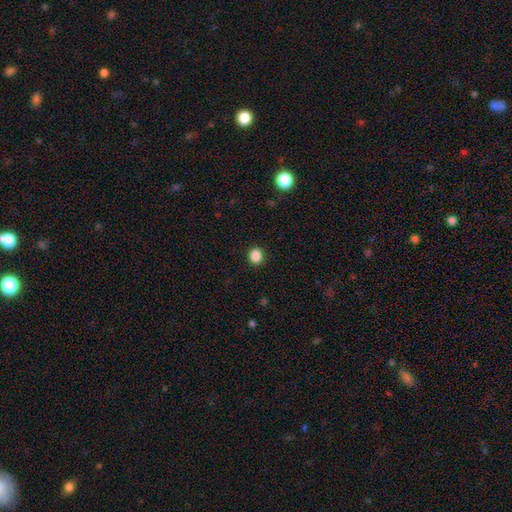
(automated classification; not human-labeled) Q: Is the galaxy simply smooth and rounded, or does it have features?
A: smooth — 87%.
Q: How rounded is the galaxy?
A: round — 62%.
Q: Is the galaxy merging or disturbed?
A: none — 90%.